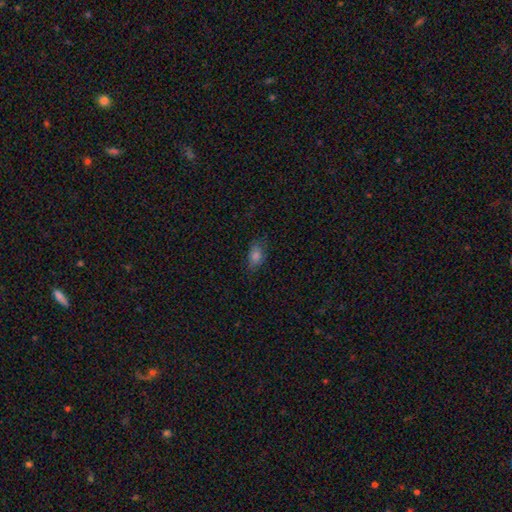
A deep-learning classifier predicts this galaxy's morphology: smooth_or_featured: smooth (p=0.77) [alt: star or artifact p=0.13]
how_rounded: in between (p=0.84) [alt: round p=0.12]
merging: none (p=0.76) [alt: minor disturbance p=0.19]